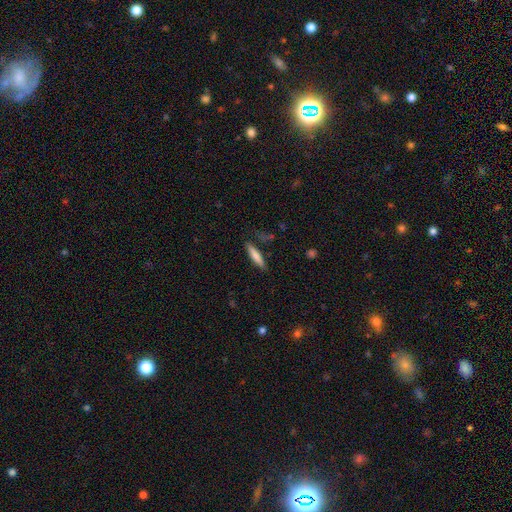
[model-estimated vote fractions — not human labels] The model was most divided on "smooth or featured": smooth: 76%, featured or disk: 18%, star or artifact: 6%. More confident: how rounded — cigar-shaped (83%); merging — none (81%).